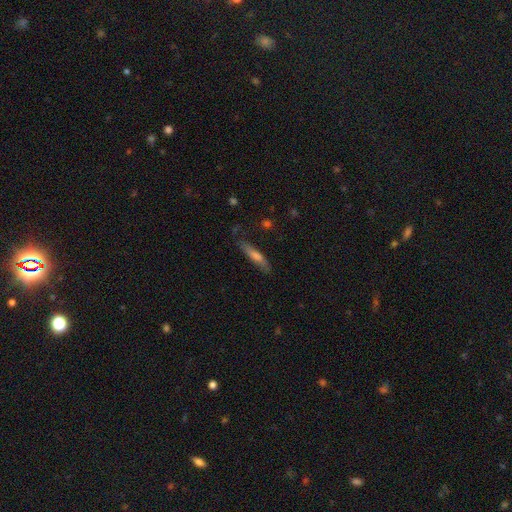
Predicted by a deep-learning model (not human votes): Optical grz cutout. It shows a smooth galaxy with no disk features (57%) that is cigar-shaped (85%). Merging: none (73%).